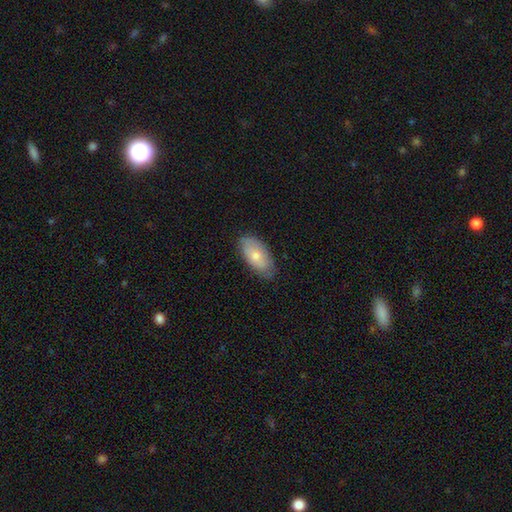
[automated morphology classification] This appears to be a smooth galaxy with no disk features (68%) that is in between round and cigar-shaped (93%). Merging: none (78%).